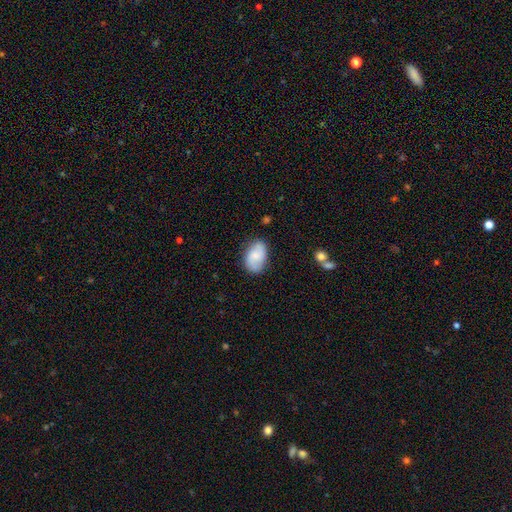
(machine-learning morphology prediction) Smooth or featured?
  - smooth: 49% *
  - featured or disk: 43%
  - star or artifact: 7%
Merging?
  - none: 76% *
  - minor disturbance: 18%
  - major disturbance: 4%
  - merger: 2%